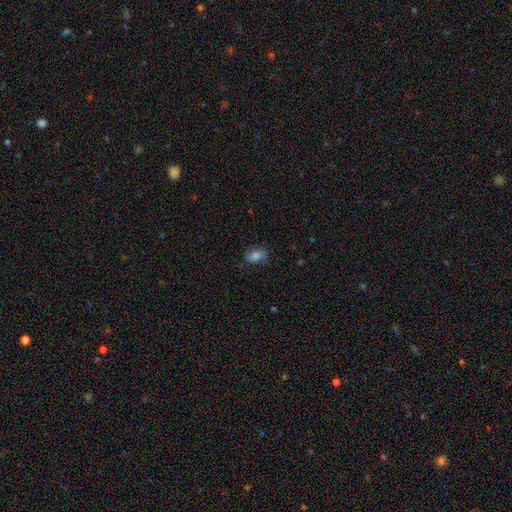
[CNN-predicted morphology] This is possibly a smooth galaxy (58%). How rounded: likely in between (78%). Merging: likely none (73%).